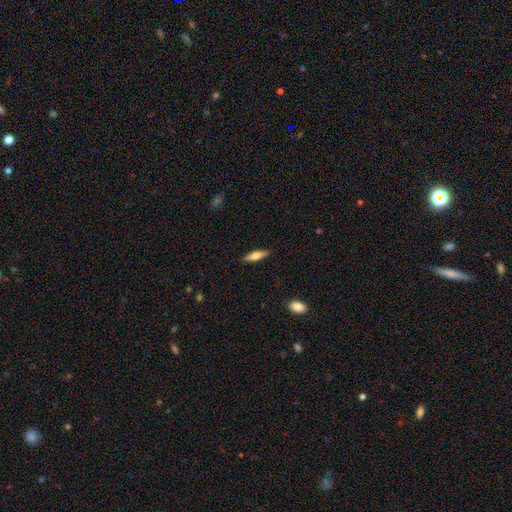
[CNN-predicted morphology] A smooth galaxy with no disk features (62%) that is cigar-shaped (63%). Merging: none (89%).